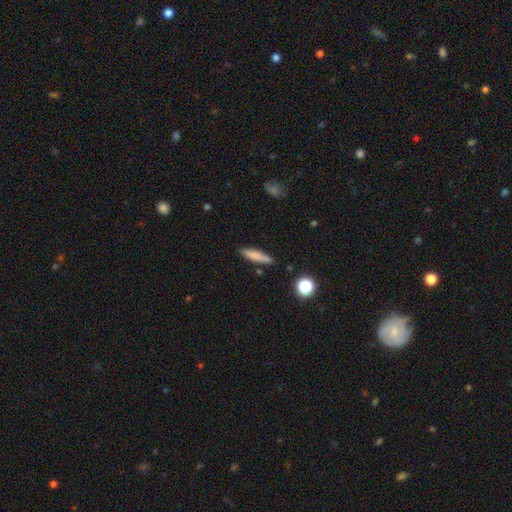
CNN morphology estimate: smooth_or_featured: smooth (p=0.74) [alt: featured or disk p=0.19]
how_rounded: cigar-shaped (p=0.85) [alt: in between p=0.13]
merging: none (p=0.85) [alt: minor disturbance p=0.10]